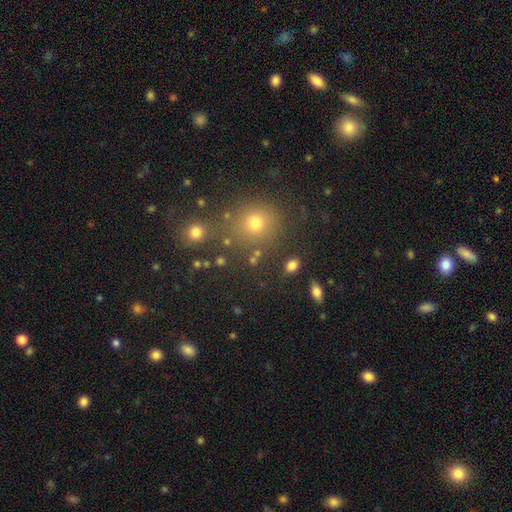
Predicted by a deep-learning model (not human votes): Morphology: type=smooth (65%); roundness=round (83%); merging=none (74%).